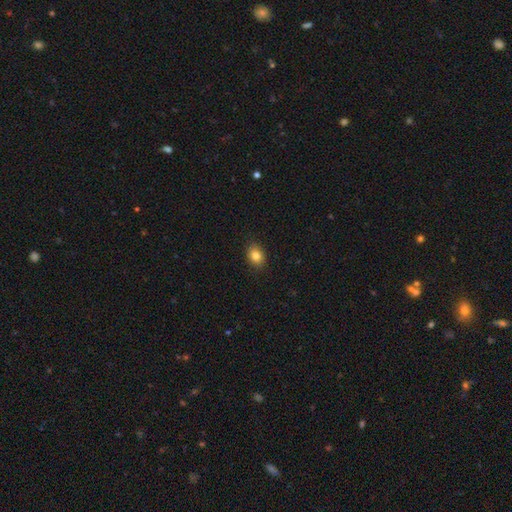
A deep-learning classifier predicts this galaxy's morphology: Smooth or featured? smooth (84%)
How rounded? in between (66%)
Merging? none (88%)